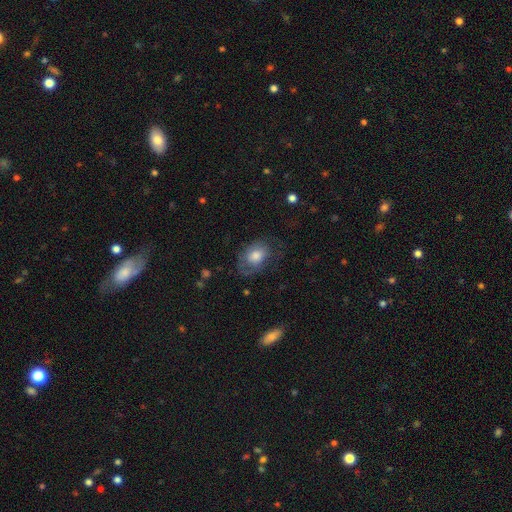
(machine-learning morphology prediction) Smooth or featured?
  - smooth: 60% *
  - featured or disk: 31%
  - star or artifact: 8%
How rounded?
  - in between: 73% *
  - round: 26%
  - cigar-shaped: 1%
Merging?
  - none: 54% *
  - minor disturbance: 25%
  - major disturbance: 20%
  - merger: 2%